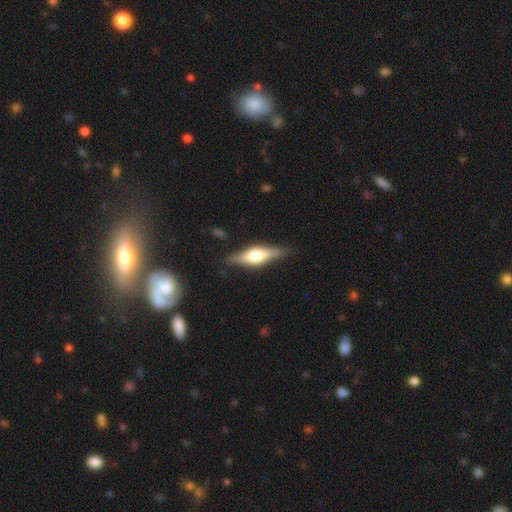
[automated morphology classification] Smooth or featured? featured or disk (61%)
Edge-on disk? yes (94%)
Edge-on bulge? rounded (88%)
Merging? none (85%)